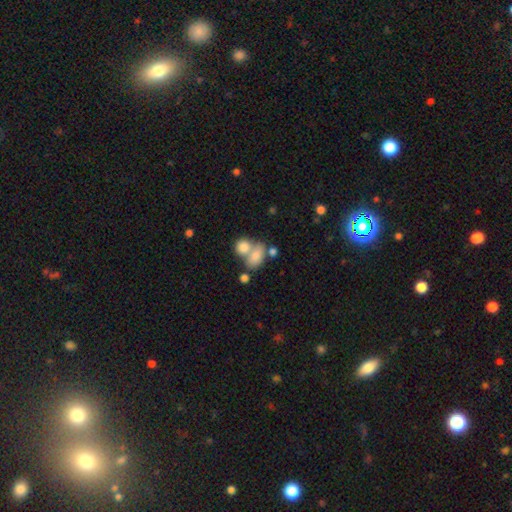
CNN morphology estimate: This appears to be a smooth galaxy with no disk features (77%) that is in between round and cigar-shaped (74%). Merging: merger (56%).